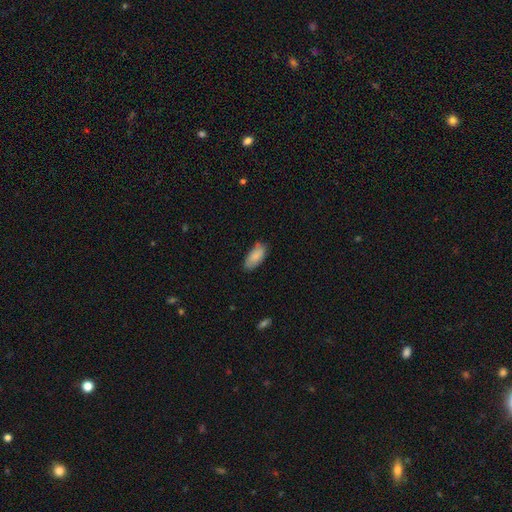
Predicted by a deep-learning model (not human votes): smooth-or-featured: smooth: 86% | featured or disk: 7% | star or artifact: 6%
  how-rounded: in between: 89% | cigar-shaped: 9% | round: 2%
  merging: none: 74% | minor disturbance: 21% | major disturbance: 3% | merger: 2%